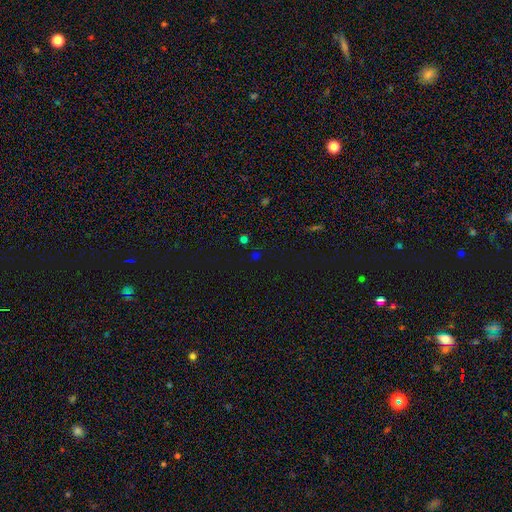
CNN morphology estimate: type=star or artifact (54%).